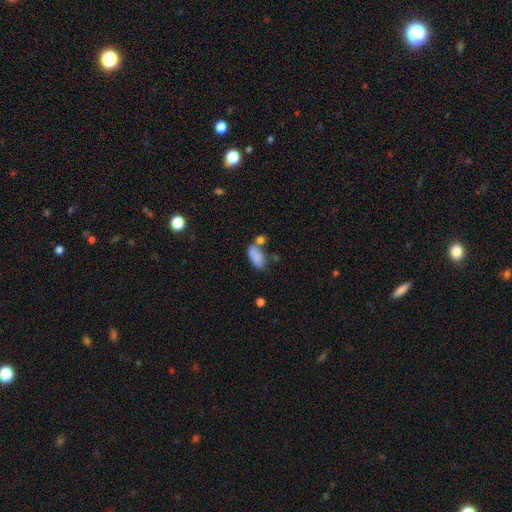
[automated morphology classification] smooth_or_featured: smooth (p=0.81) [alt: featured or disk p=0.10]
how_rounded: in between (p=0.91) [alt: cigar-shaped p=0.05]
merging: none (p=0.43) [alt: merger p=0.30]